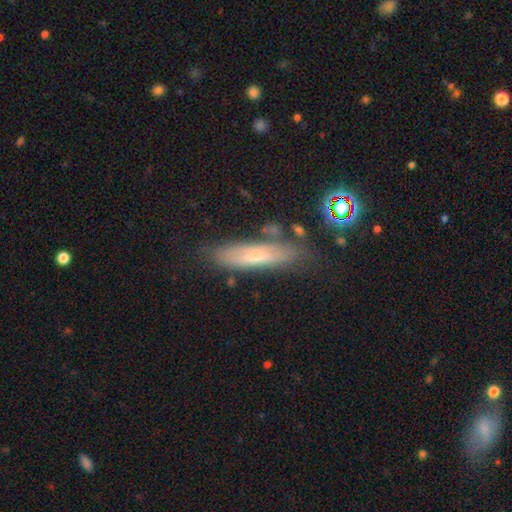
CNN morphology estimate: smooth_or_featured: featured or disk (p=0.46) [alt: smooth p=0.41]
merging: none (p=0.68) [alt: minor disturbance p=0.20]